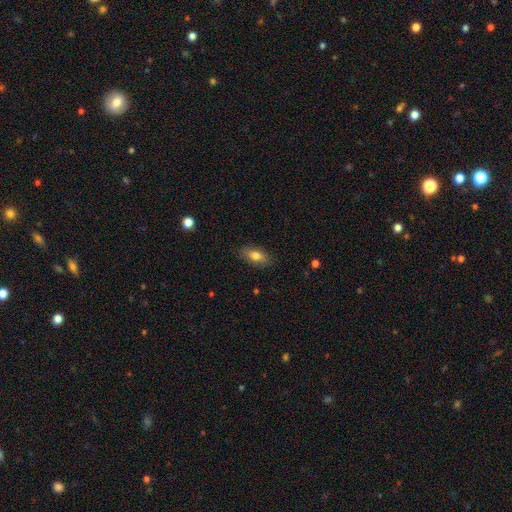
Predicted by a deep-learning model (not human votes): Smooth or featured? Predicted: smooth (p=0.76). How rounded? Predicted: in between (p=0.83). Merging? Predicted: none (p=0.84).